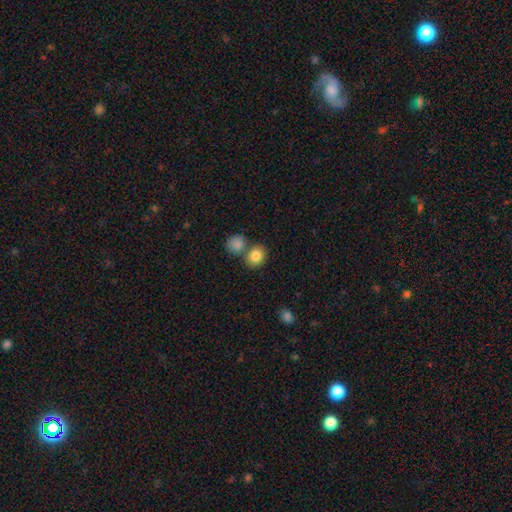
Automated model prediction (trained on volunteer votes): This is clearly a smooth galaxy (84%). How rounded: possibly round (58%). Merging: possibly none (60%).